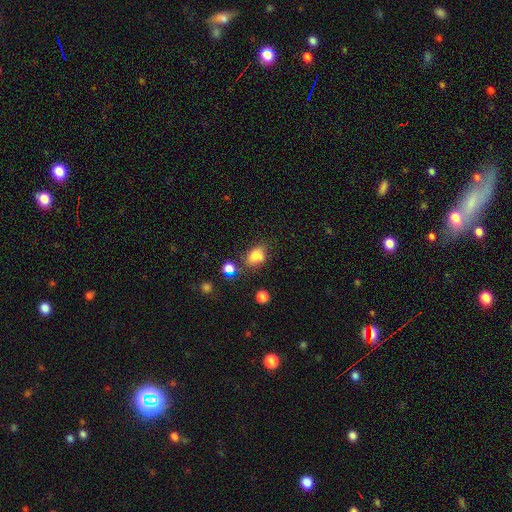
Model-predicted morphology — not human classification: Smooth or featured?
  - smooth: 79% *
  - star or artifact: 12%
  - featured or disk: 9%
How rounded?
  - in between: 69% *
  - round: 30%
  - cigar-shaped: 1%
Merging?
  - none: 55% *
  - minor disturbance: 25%
  - merger: 11%
  - major disturbance: 9%